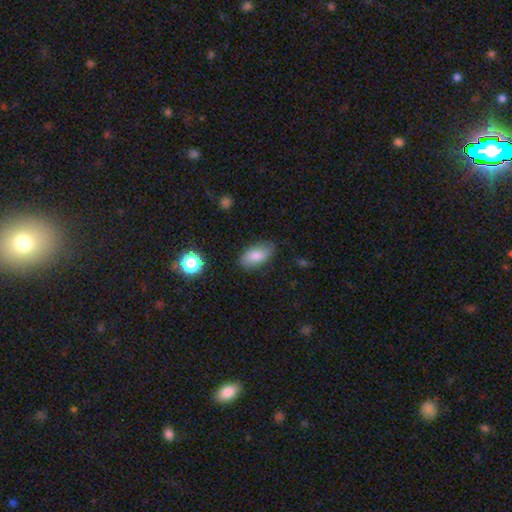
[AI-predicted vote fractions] smooth_or_featured: smooth (p=0.81) [alt: featured or disk p=0.11]
how_rounded: in between (p=0.93) [alt: round p=0.04]
merging: none (p=0.80) [alt: minor disturbance p=0.16]